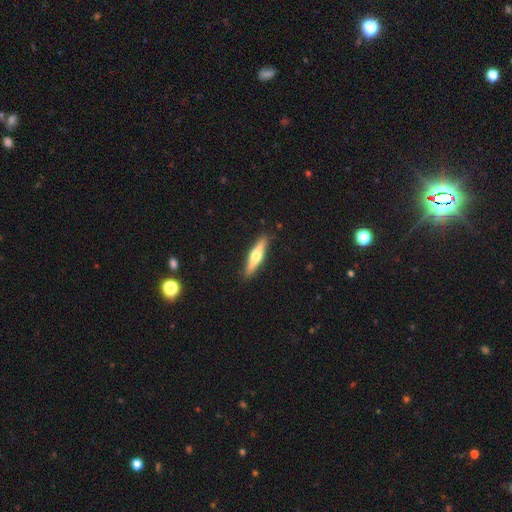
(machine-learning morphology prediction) The model was most divided on "smooth or featured": featured or disk: 54%, smooth: 41%, star or artifact: 5%. More confident: edge-on disk — yes (95%); edge-on bulge — rounded (94%); merging — none (90%).